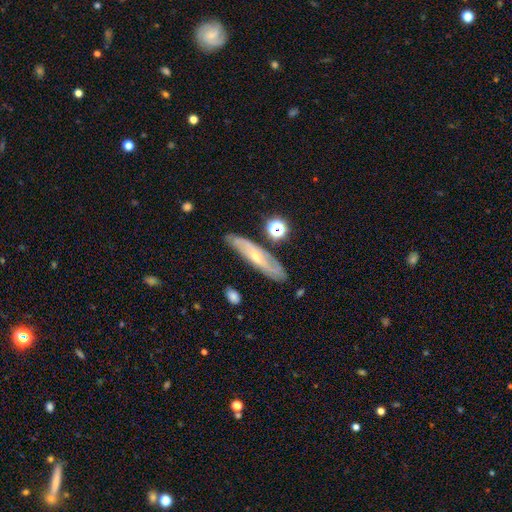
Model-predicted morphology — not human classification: smooth_or_featured: featured or disk (p=0.68) [alt: smooth p=0.23]
disk_edge_on: no (p=0.65) [alt: yes p=0.35]
merging: none (p=0.78) [alt: minor disturbance p=0.14]